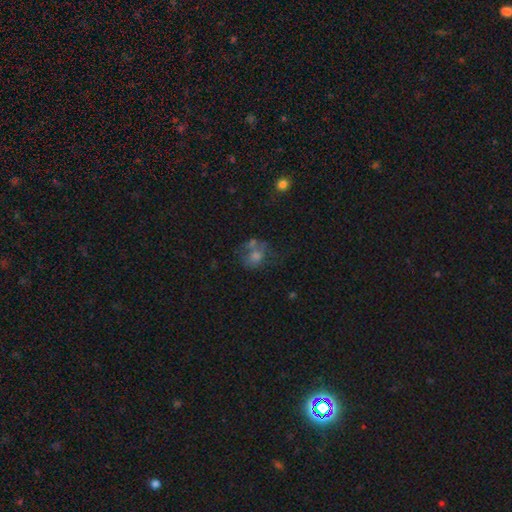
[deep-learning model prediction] The model was most divided on "how rounded": round: 57%, in between: 42%, cigar-shaped: 1%. Remaining: smooth or featured — smooth (51%); merging — none (39%).